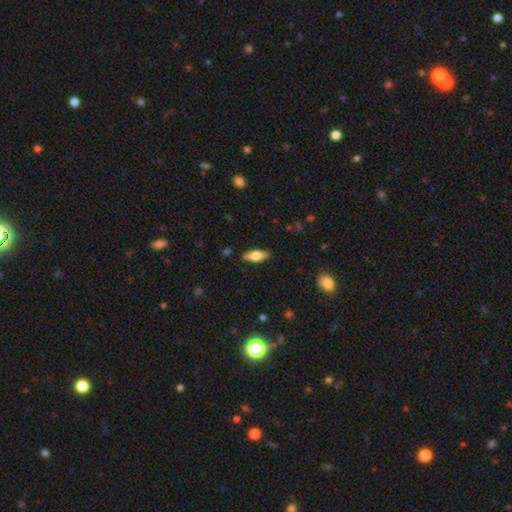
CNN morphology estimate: A smooth galaxy with no disk features (62%) that is in between round and cigar-shaped (68%).

Vote fractions:
- Smooth or featured? smooth: 62% / featured or disk: 32% / star or artifact: 6%
- How rounded? in between: 68% / cigar-shaped: 29% / round: 3%
- Merging? none: 88% / minor disturbance: 9% / major disturbance: 2% / merger: 1%